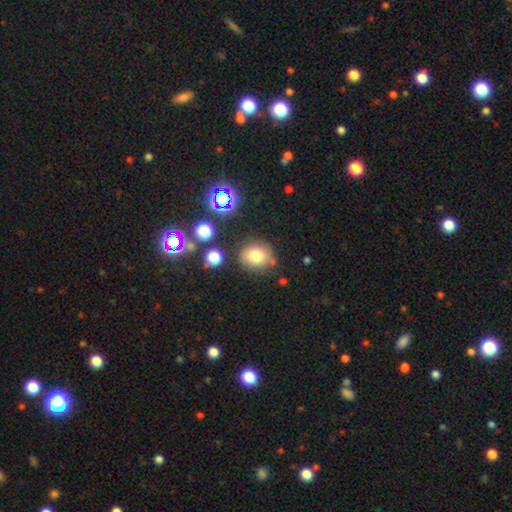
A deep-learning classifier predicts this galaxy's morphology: smooth_or_featured: smooth (p=0.74) [alt: star or artifact p=0.15]
how_rounded: round (p=0.76) [alt: in between p=0.23]
merging: none (p=0.78) [alt: minor disturbance p=0.13]